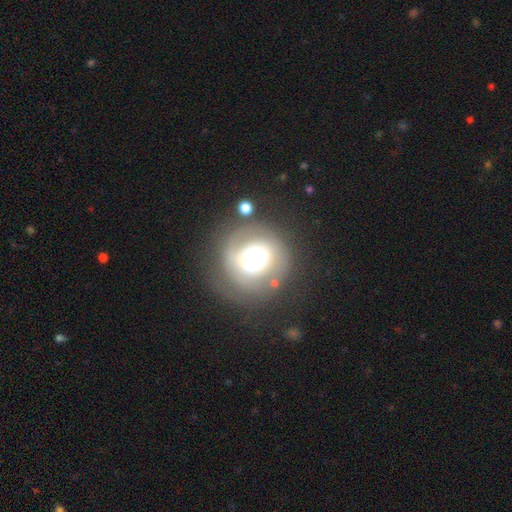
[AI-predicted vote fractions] featured or disk 50%, smooth 39%, star or artifact 11%. Down the decision tree: edge-on disk — no (97%); merging — none (62%).